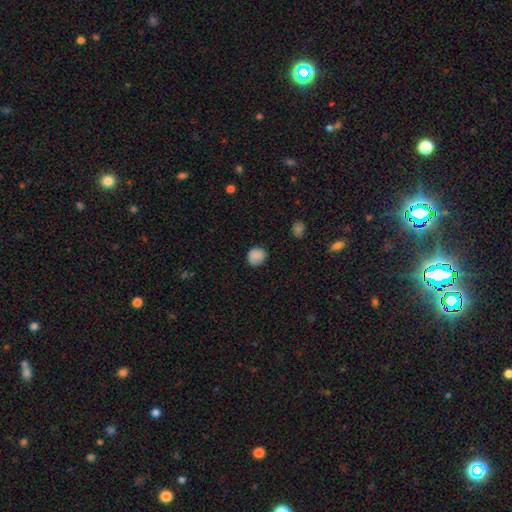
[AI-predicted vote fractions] A smooth galaxy with no disk features (86%) that is round (83%).

Vote fractions:
- Smooth or featured? smooth: 86% / star or artifact: 10% / featured or disk: 5%
- How rounded? round: 83% / in between: 16% / cigar-shaped: 1%
- Merging? none: 83% / minor disturbance: 13% / major disturbance: 3% / merger: 1%